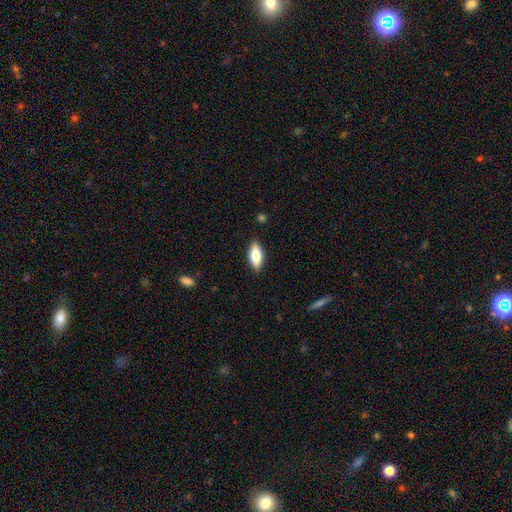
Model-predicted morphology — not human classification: type=smooth (70%); roundness=in between (73%); merging=none (88%).